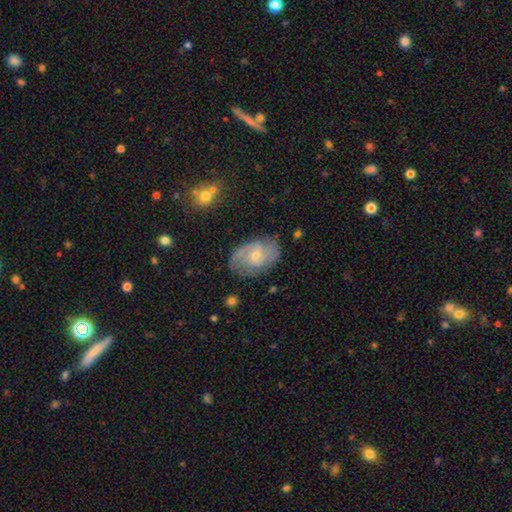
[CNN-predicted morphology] This appears to be a featured or disk galaxy (78%) with a weak bar (53%), 2 (63%) medium (45%) spiral arms (94%) and a small central bulge (57%). Merging: none (77%).